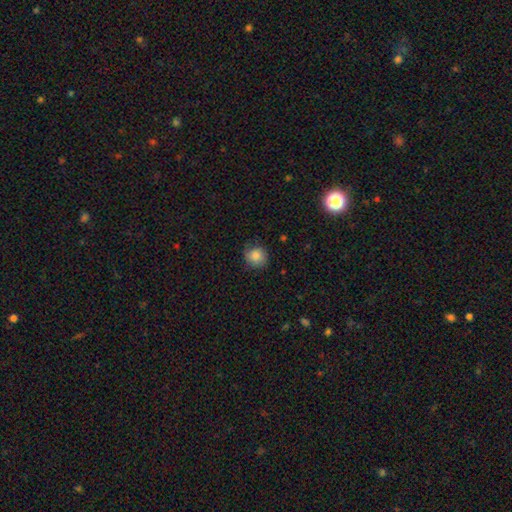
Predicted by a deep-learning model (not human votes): This appears to be a smooth galaxy with no disk features (83%) that is round (87%). Merging: none (75%).